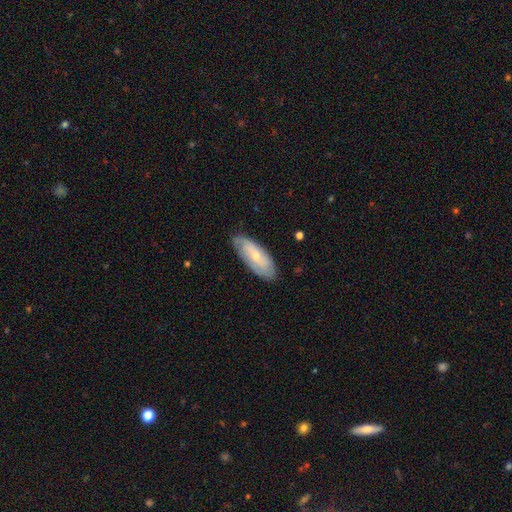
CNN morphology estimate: A featured or disk galaxy (48%). Merging: none (78%).